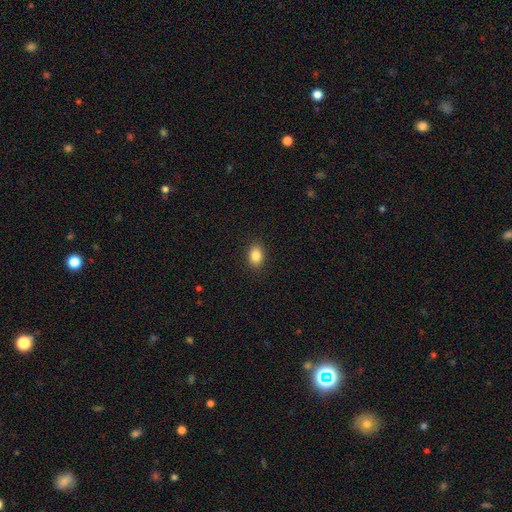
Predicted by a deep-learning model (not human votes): smooth 86%, star or artifact 9%, featured or disk 5%. Down the decision tree: how rounded — in between (76%); merging — none (90%).